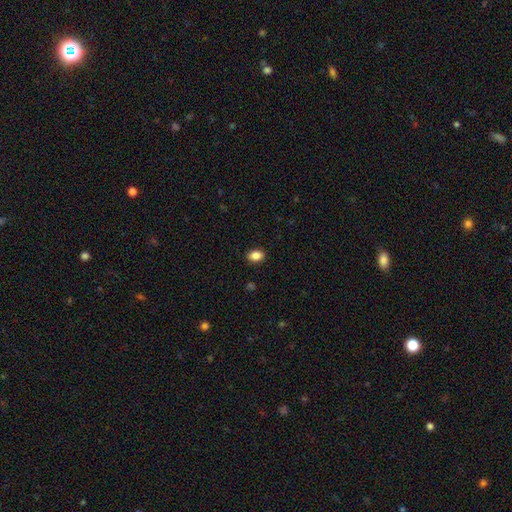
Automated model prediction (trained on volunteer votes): This appears to be a smooth galaxy with no disk features (87%) that is in between round and cigar-shaped (80%). Merging: none (89%).